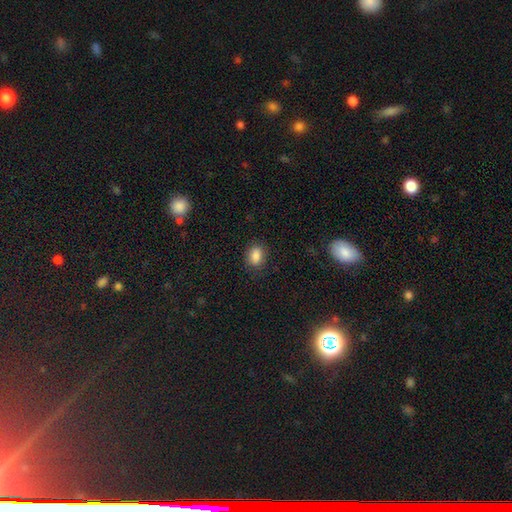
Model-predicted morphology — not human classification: A smooth galaxy with no disk features (86%) that is in between round and cigar-shaped (75%). Merging: none (83%).